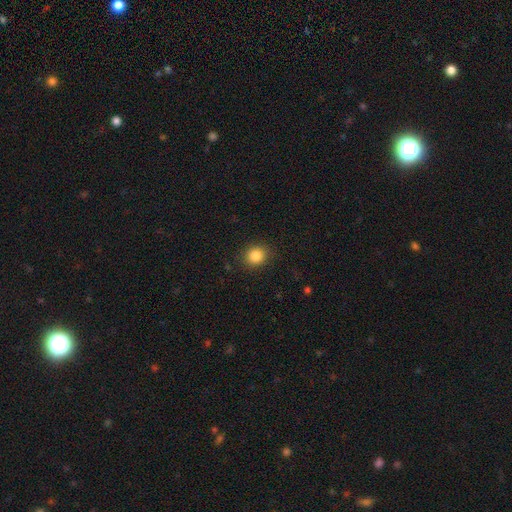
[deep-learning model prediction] Smooth or featured?
  - smooth: 85% *
  - star or artifact: 10%
  - featured or disk: 5%
How rounded?
  - round: 71% *
  - in between: 28%
  - cigar-shaped: 1%
Merging?
  - none: 88% *
  - minor disturbance: 8%
  - major disturbance: 3%
  - merger: 1%